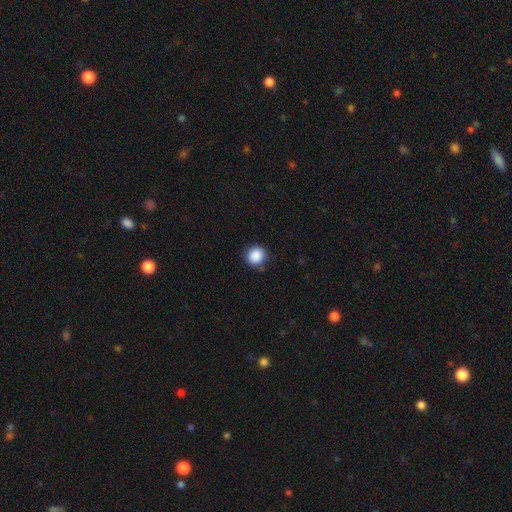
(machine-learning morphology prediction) type=smooth (88%); roundness=round (92%); merging=none (82%).